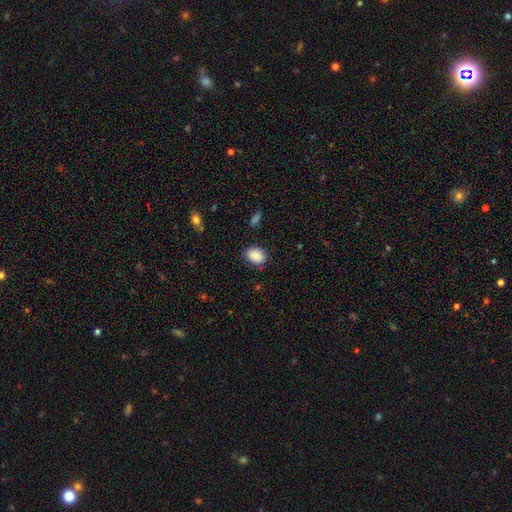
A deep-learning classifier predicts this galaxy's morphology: smooth 89%, star or artifact 7%, featured or disk 4%. Down the decision tree: how rounded — in between (73%); merging — none (83%).